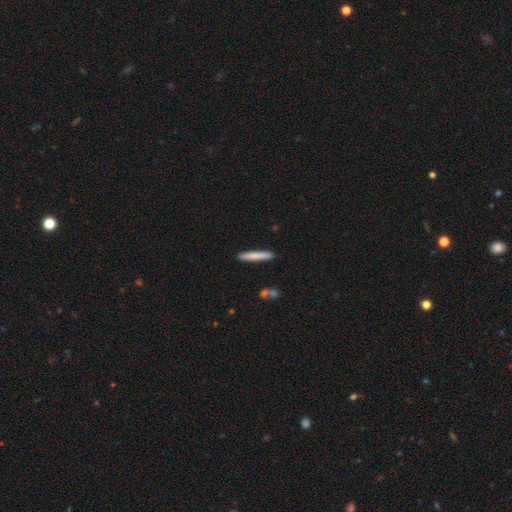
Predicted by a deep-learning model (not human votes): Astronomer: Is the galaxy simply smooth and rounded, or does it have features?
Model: smooth — 76%.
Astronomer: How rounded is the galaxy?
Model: cigar-shaped — 95%.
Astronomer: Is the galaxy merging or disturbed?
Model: none — 89%.